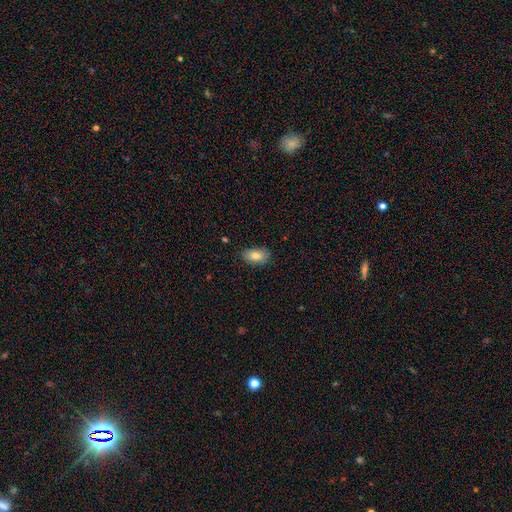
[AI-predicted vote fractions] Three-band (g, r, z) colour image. It shows a smooth galaxy with no disk features (80%) that is in between round and cigar-shaped (91%). Merging: none (85%).